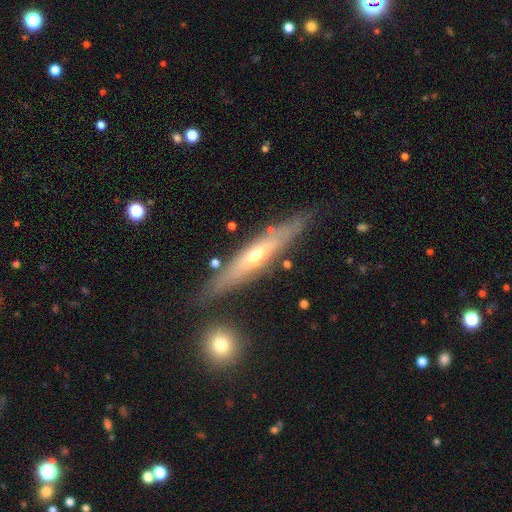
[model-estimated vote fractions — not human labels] Morphology: type=featured or disk (70%); edge-on=yes (78%); edge-on bulge=rounded (73%); merging=none (80%).